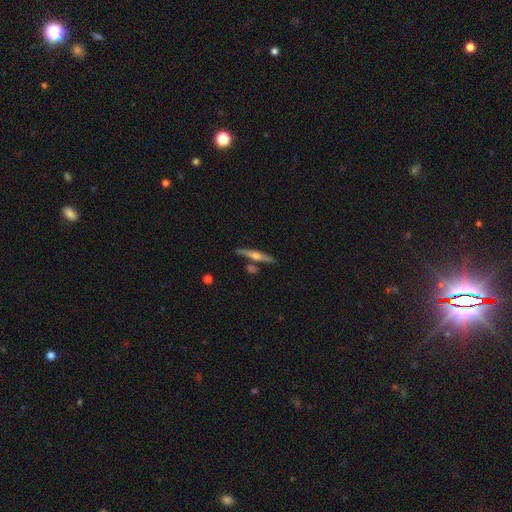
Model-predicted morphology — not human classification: Overall: featured or disk (70%). Edge-on disk: yes (97%). Edge-on bulge: rounded (90%). Merging: none (81%).